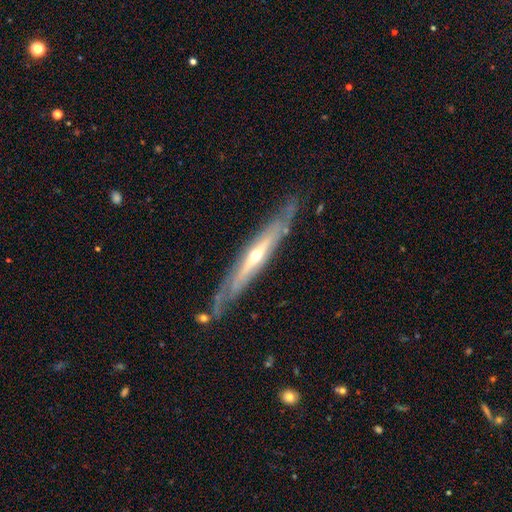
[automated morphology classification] smooth-or-featured: featured or disk: 79% | smooth: 16% | star or artifact: 5%
  disk-edge-on: yes: 77% | no: 23%
    edge-on-bulge: rounded: 79% | none: 19% | boxy: 3%
  merging: none: 73% | minor disturbance: 19% | major disturbance: 6% | merger: 3%